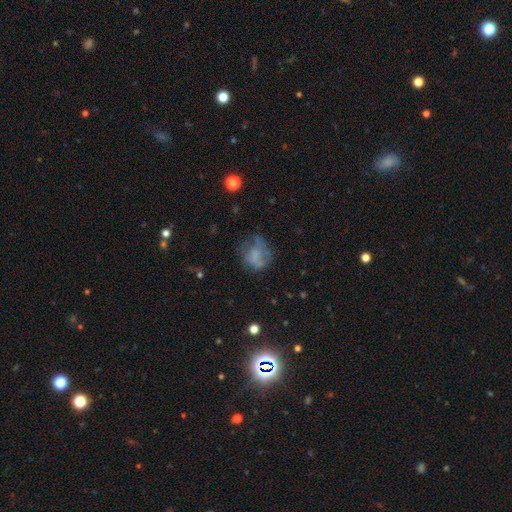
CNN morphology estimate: Smooth or featured? smooth (56%)
How rounded? round (59%)
Merging? none (42%)